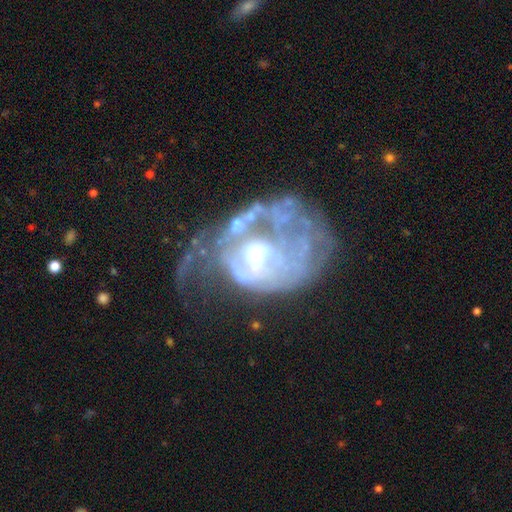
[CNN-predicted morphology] Smooth or featured: featured or disk — 77% (smooth — 13%)
Edge-on disk: no — 97% (yes — 3%)
Bar: no — 51% (weak — 30%)
Spiral arms: no — 53% (yes — 47%)
Bulge size: moderate — 59% (large — 20%)
Merging: major disturbance — 49% (none — 20%)